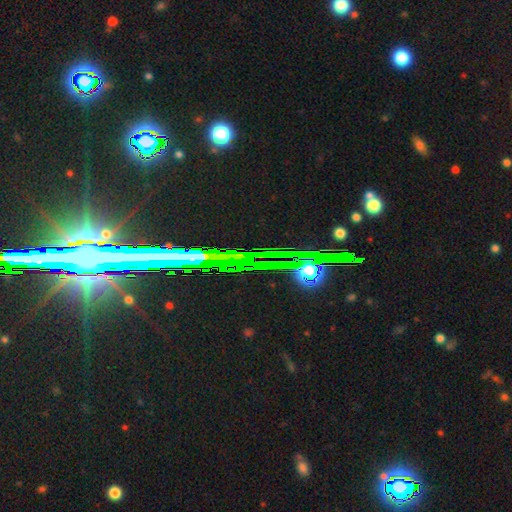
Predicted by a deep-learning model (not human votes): This is likely a star or artifact rather than a galaxy (78%).